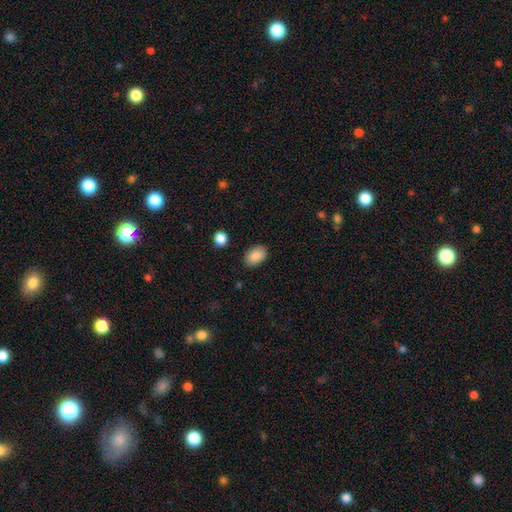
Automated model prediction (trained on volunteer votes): The model was most divided on "how rounded": in between: 86%, round: 12%, cigar-shaped: 1%. More confident: smooth or featured — smooth (88%); merging — none (86%).